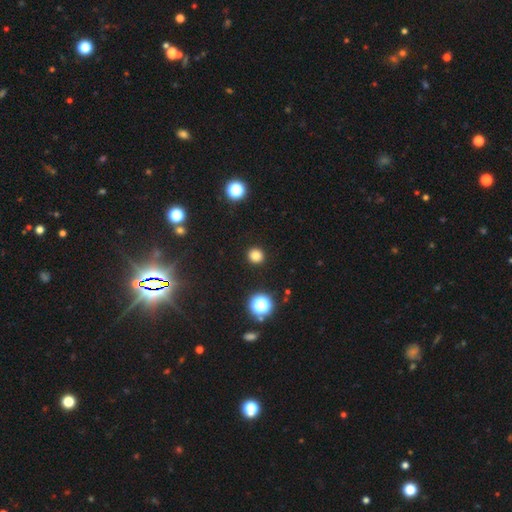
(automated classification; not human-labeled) This is clearly a smooth galaxy (81%). How rounded: clearly round (91%). Merging: clearly none (92%).